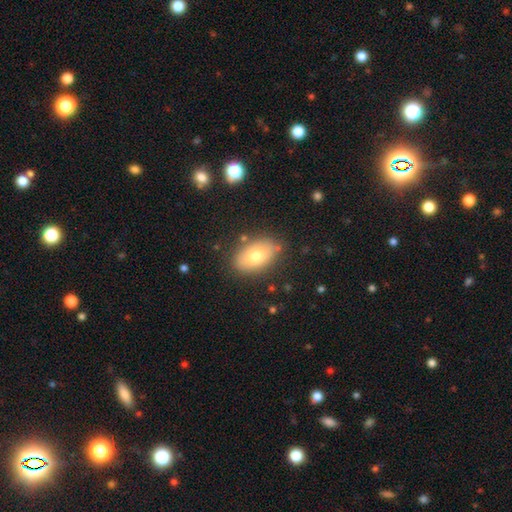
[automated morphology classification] The model was most divided on "smooth or featured": smooth: 74%, featured or disk: 17%, star or artifact: 9%. More confident: how rounded — in between (91%); merging — none (81%).